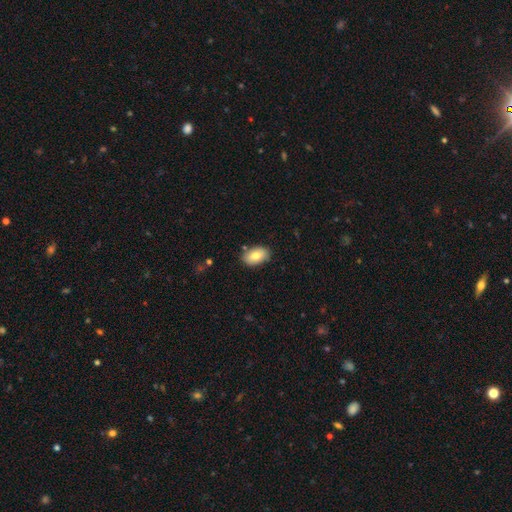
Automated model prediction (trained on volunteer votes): smooth-or-featured: smooth: 79% | featured or disk: 14% | star or artifact: 7%
  how-rounded: in between: 90% | round: 8% | cigar-shaped: 1%
  merging: none: 84% | minor disturbance: 11% | major disturbance: 2% | merger: 2%